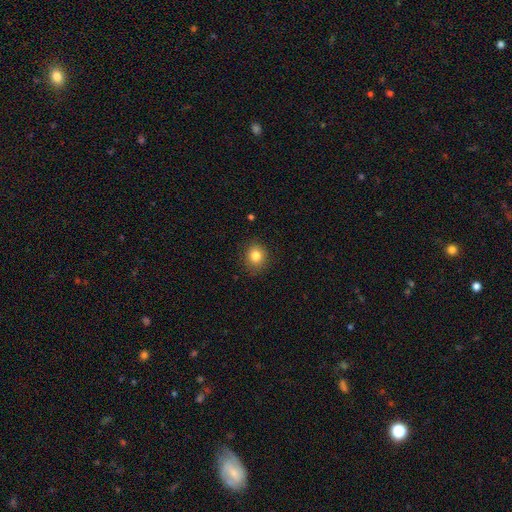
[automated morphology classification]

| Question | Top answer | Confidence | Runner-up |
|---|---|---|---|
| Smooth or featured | smooth | 82% | star or artifact (11%) |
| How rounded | round | 77% | in between (22%) |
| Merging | none | 86% | minor disturbance (10%) |